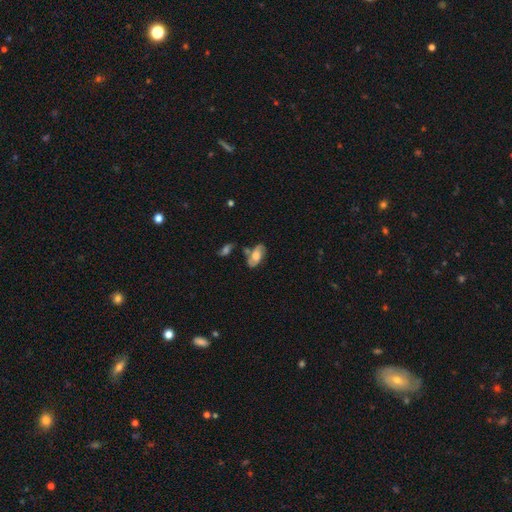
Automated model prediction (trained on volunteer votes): featured or disk 46% (tied), smooth 46% (tied), star or artifact 8%. Down the decision tree: merging — none (58%).